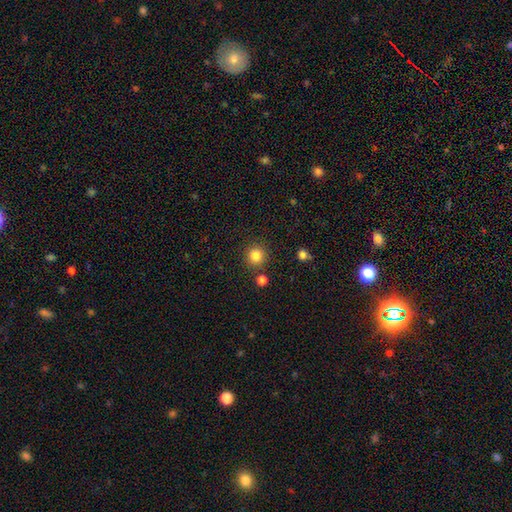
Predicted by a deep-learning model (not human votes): smooth-or-featured: smooth: 83% | star or artifact: 12% | featured or disk: 5%
  how-rounded: round: 93% | in between: 6% | cigar-shaped: 1%
  merging: none: 85% | minor disturbance: 7% | merger: 5% | major disturbance: 3%